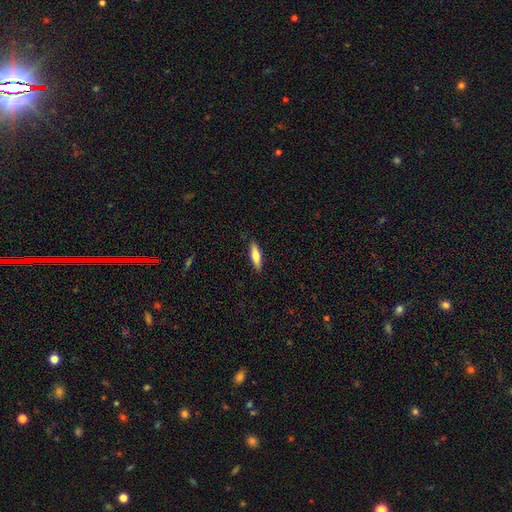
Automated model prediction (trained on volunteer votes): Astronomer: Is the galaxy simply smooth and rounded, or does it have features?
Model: smooth — 67%.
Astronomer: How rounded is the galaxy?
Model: cigar-shaped — 66%.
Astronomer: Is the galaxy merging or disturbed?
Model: none — 89%.